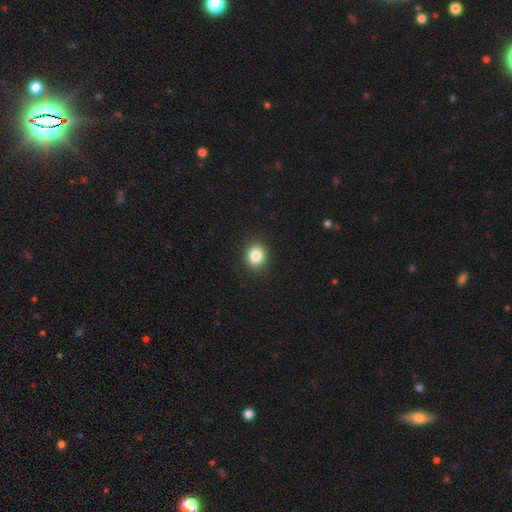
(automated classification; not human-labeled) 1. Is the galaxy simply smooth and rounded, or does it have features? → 84% smooth, 10% star or artifact, 5% featured or disk.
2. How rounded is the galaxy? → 67% round, 32% in between, 1% cigar-shaped.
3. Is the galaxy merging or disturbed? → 90% none, 7% minor disturbance, 2% major disturbance, 1% merger.